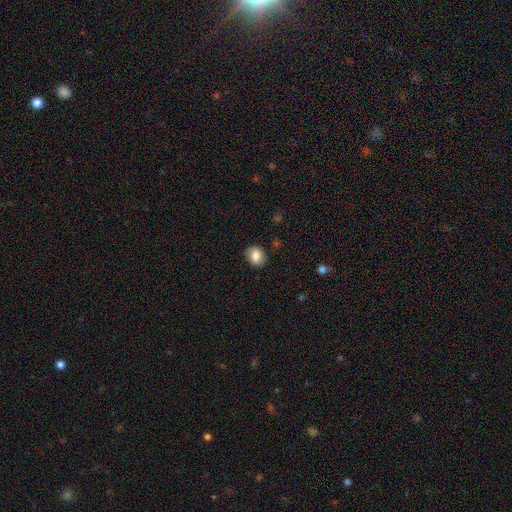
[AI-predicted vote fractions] Morphology: type=smooth (85%); roundness=round (53%); merging=none (85%).